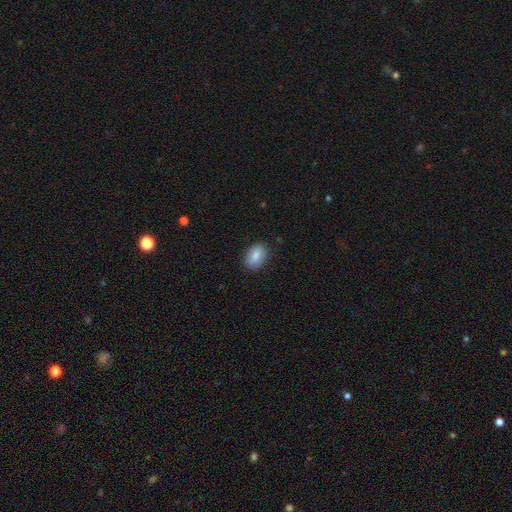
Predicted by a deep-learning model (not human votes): This appears to be a smooth galaxy with no disk features (84%) that is in between round and cigar-shaped (85%). Merging: none (84%).